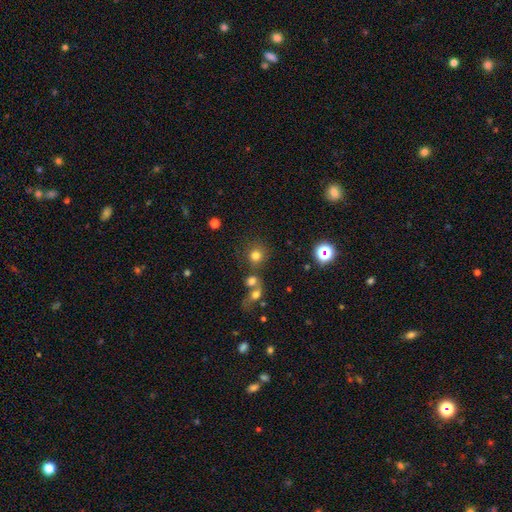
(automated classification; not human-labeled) Smooth or featured? Predicted: smooth (p=0.75). How rounded? Predicted: round (p=0.87). Merging? Predicted: none (p=0.61).